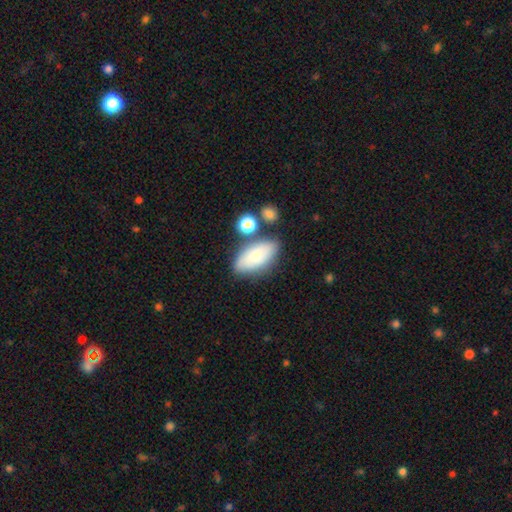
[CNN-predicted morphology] Smooth or featured: smooth — 77% (featured or disk — 15%)
How rounded: in between — 88% (cigar-shaped — 8%)
Merging: none — 67% (minor disturbance — 17%)